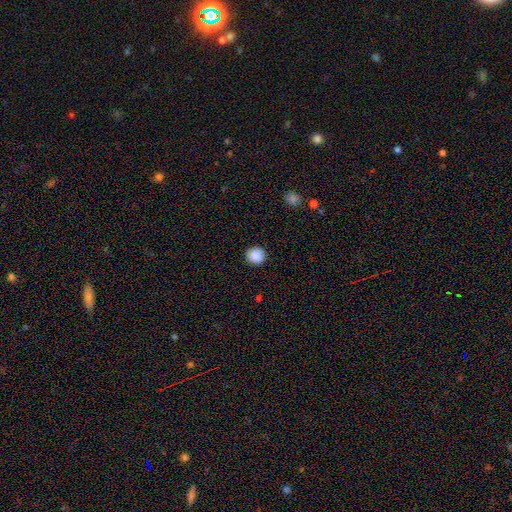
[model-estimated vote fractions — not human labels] A smooth galaxy with no disk features (89%) that is round (93%).

Vote fractions:
- Smooth or featured? smooth: 89% / star or artifact: 9% / featured or disk: 2%
- How rounded? round: 93% / in between: 6% / cigar-shaped: 1%
- Merging? none: 92% / minor disturbance: 6% / major disturbance: 2% / merger: 1%